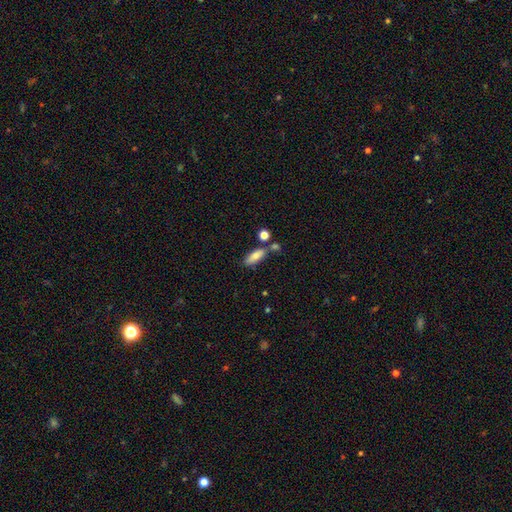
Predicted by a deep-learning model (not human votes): Smooth or featured? smooth (81%)
How rounded? in between (68%)
Merging? none (63%)